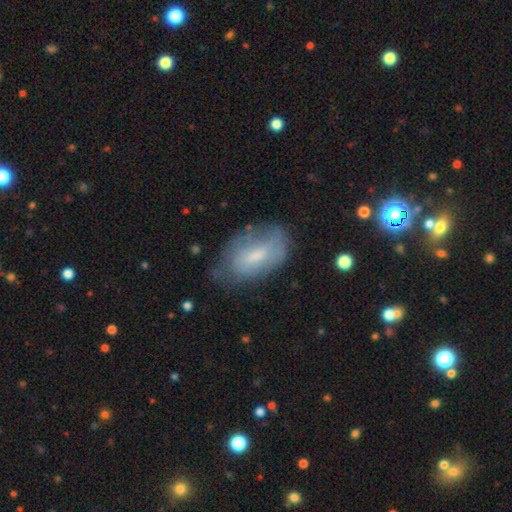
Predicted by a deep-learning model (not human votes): smooth 55%, featured or disk 37%, star or artifact 8%. Down the decision tree: how rounded — in between (91%); merging — none (60%).